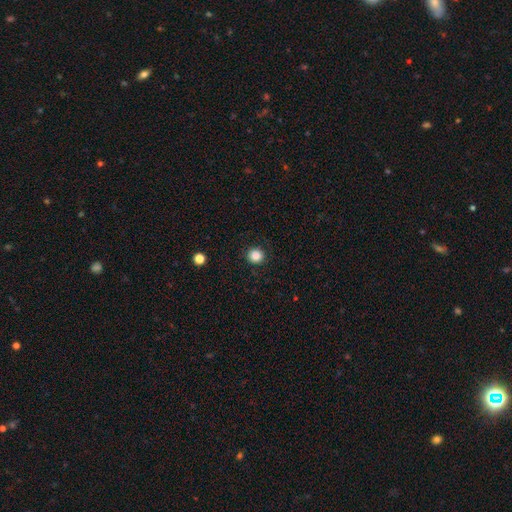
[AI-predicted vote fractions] A smooth galaxy with no disk features (85%) that is round (92%). Merging: none (91%).